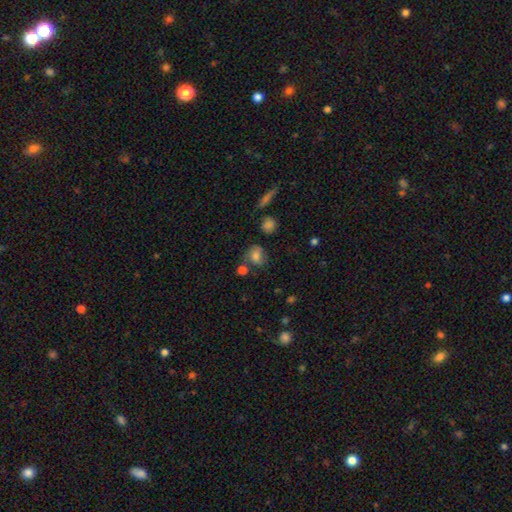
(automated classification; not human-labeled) smooth-or-featured: smooth: 71% | featured or disk: 16% | star or artifact: 12%
  how-rounded: round: 57% | in between: 42% | cigar-shaped: 2%
  merging: none: 52% | minor disturbance: 23% | merger: 14% | major disturbance: 11%